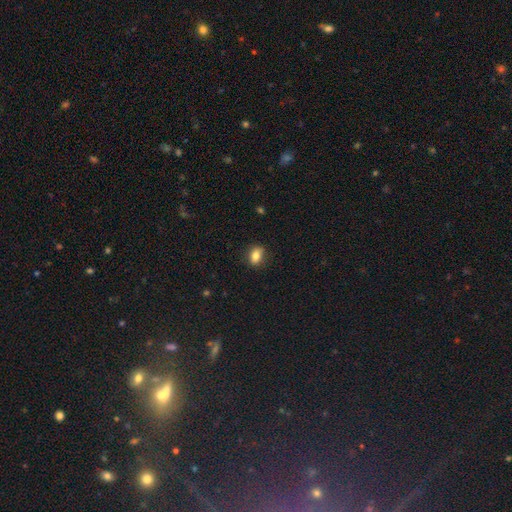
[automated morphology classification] Overall: smooth (83%). How rounded: in between (75%). Merging: none (84%).